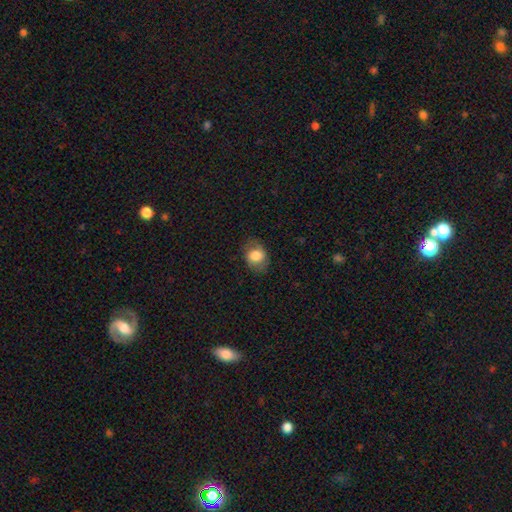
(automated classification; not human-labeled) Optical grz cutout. It shows a smooth galaxy with no disk features (77%) that is in between round and cigar-shaped (57%). Merging: none (76%).